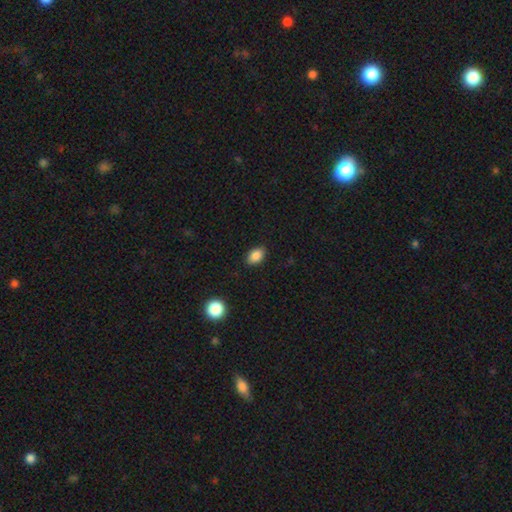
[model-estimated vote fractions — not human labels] smooth_or_featured: smooth (p=0.86) [alt: star or artifact p=0.09]
how_rounded: in between (p=0.85) [alt: round p=0.14]
merging: none (p=0.87) [alt: minor disturbance p=0.09]